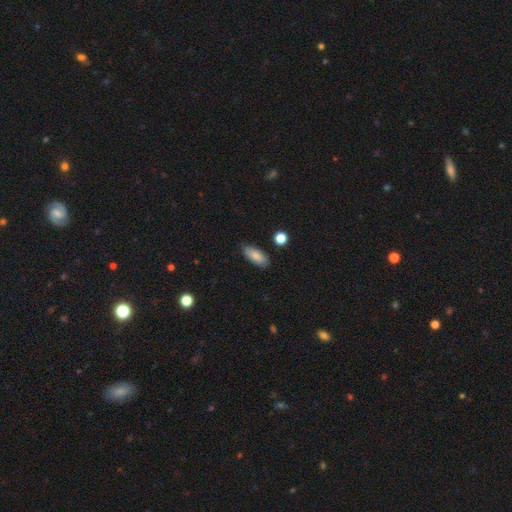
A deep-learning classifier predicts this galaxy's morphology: Overall: smooth (84%). How rounded: in between (83%). Merging: none (84%).